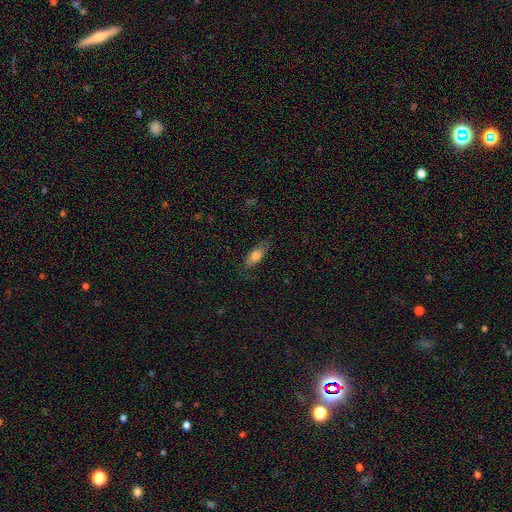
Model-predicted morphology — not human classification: type=smooth (71%); roundness=in between (78%); merging=none (74%).